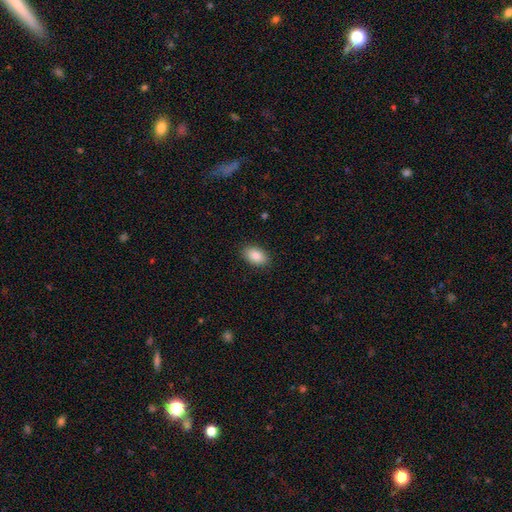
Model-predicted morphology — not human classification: smooth-or-featured: smooth: 88% | star or artifact: 7% | featured or disk: 5%
  how-rounded: in between: 92% | round: 6% | cigar-shaped: 2%
  merging: none: 88% | minor disturbance: 9% | major disturbance: 2% | merger: 1%